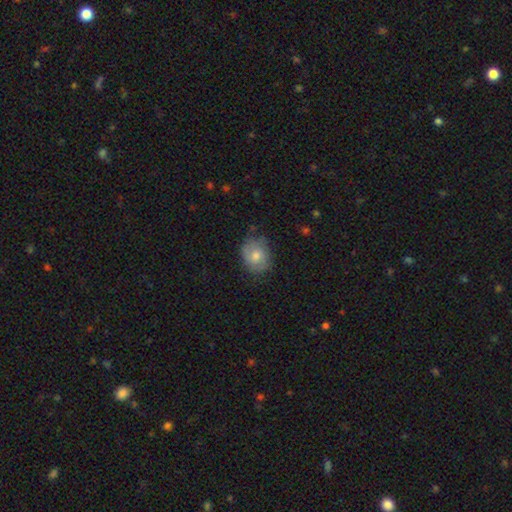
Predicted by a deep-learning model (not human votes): A smooth galaxy with no disk features (66%) that is round (50%).

Vote fractions:
- Smooth or featured? smooth: 66% / featured or disk: 25% / star or artifact: 8%
- How rounded? round: 50% / in between: 49% / cigar-shaped: 1%
- Merging? none: 69% / minor disturbance: 25% / major disturbance: 5% / merger: 1%